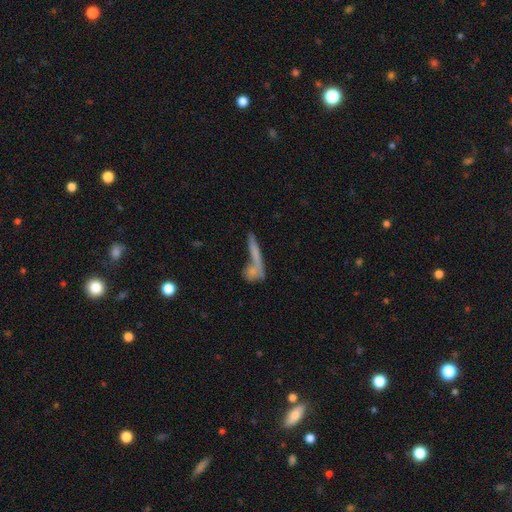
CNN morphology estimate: Smooth or featured: smooth — 56% (featured or disk — 31%)
How rounded: cigar-shaped — 78% (in between — 15%)
Merging: none — 42% (merger — 39%)